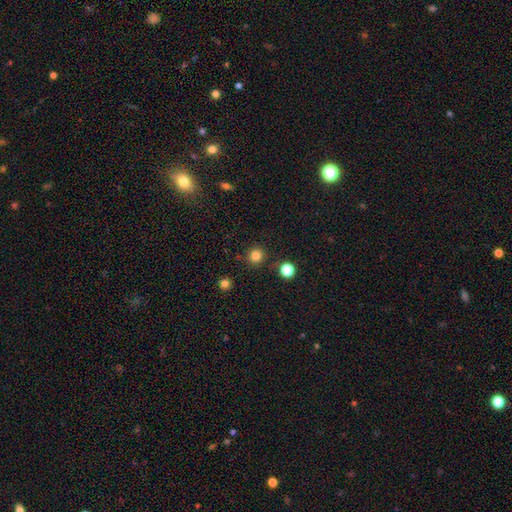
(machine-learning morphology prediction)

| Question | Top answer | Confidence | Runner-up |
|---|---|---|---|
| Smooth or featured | smooth | 82% | star or artifact (14%) |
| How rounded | round | 95% | in between (4%) |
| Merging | none | 88% | minor disturbance (6%) |